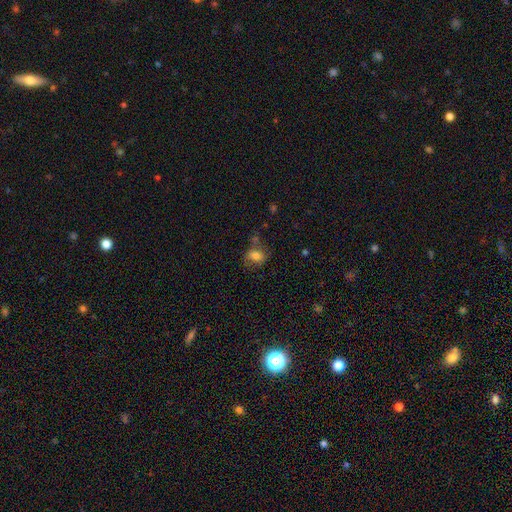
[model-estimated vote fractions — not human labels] Smooth or featured? Predicted: smooth (p=0.74). How rounded? Predicted: in between (p=0.56). Merging? Predicted: none (p=0.57).